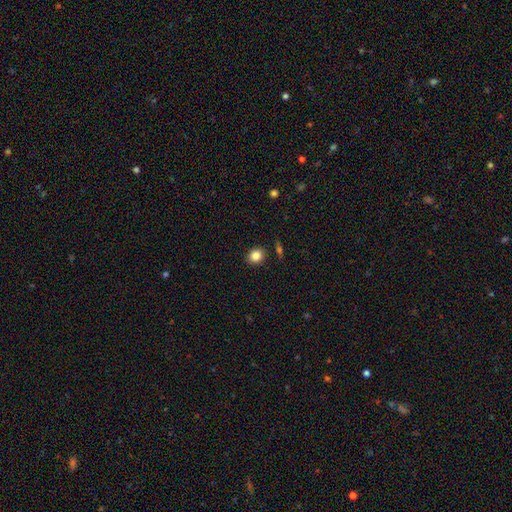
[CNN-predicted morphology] Smooth or featured?
  - smooth: 84% *
  - star or artifact: 10%
  - featured or disk: 6%
How rounded?
  - round: 65% *
  - in between: 34%
  - cigar-shaped: 1%
Merging?
  - none: 87% *
  - minor disturbance: 8%
  - merger: 2%
  - major disturbance: 2%